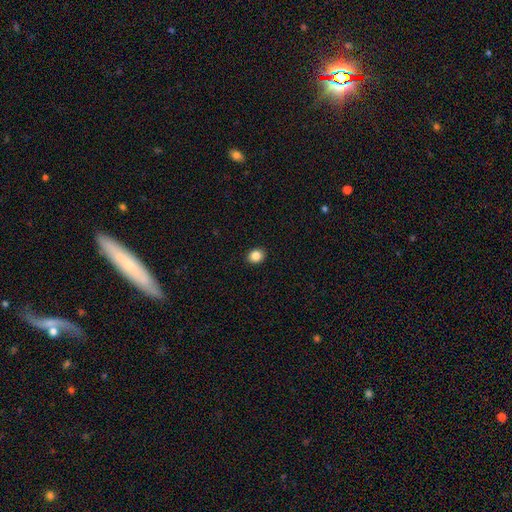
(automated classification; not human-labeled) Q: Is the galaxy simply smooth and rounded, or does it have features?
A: smooth — 85%.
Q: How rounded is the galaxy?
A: round — 64%.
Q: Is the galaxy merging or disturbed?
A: none — 91%.